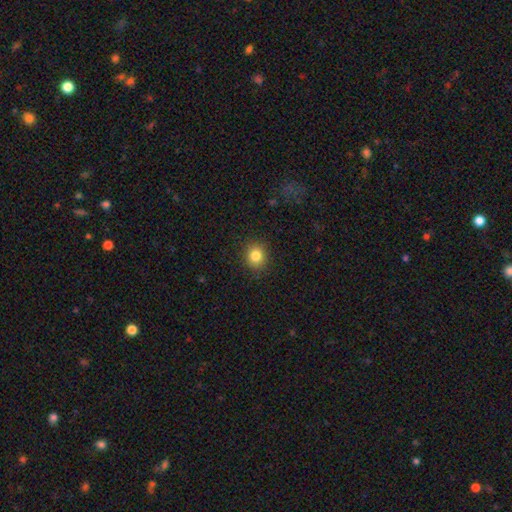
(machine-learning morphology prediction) Smooth or featured: smooth — 83% (star or artifact — 11%)
How rounded: round — 82% (in between — 17%)
Merging: none — 89% (minor disturbance — 7%)